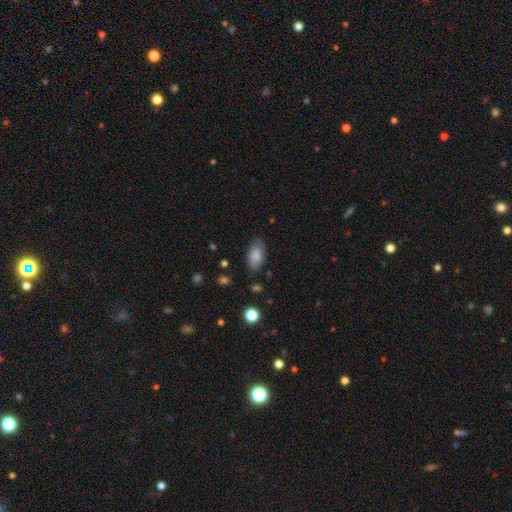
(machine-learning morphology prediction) This appears to be a smooth galaxy with no disk features (85%) that is in between round and cigar-shaped (92%). Merging: none (78%).